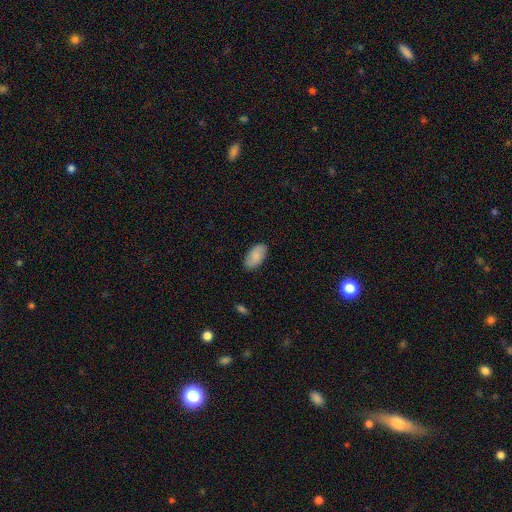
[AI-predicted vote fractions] Smooth or featured?
  - smooth: 84% *
  - featured or disk: 10%
  - star or artifact: 6%
How rounded?
  - in between: 95% *
  - cigar-shaped: 3%
  - round: 2%
Merging?
  - none: 86% *
  - minor disturbance: 11%
  - major disturbance: 2%
  - merger: 1%